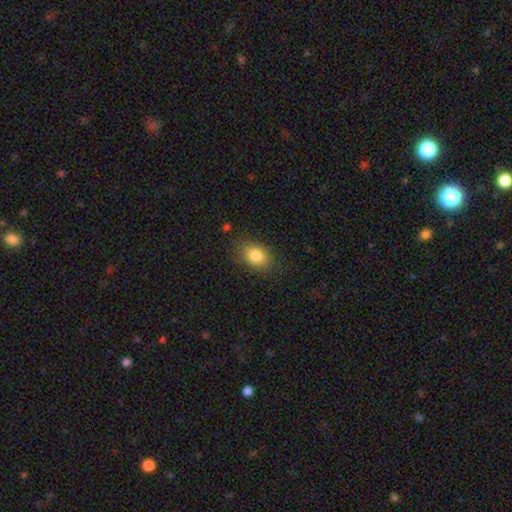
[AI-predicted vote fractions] smooth_or_featured: smooth (p=0.83) [alt: star or artifact p=0.09]
how_rounded: in between (p=0.78) [alt: round p=0.21]
merging: none (p=0.83) [alt: minor disturbance p=0.12]